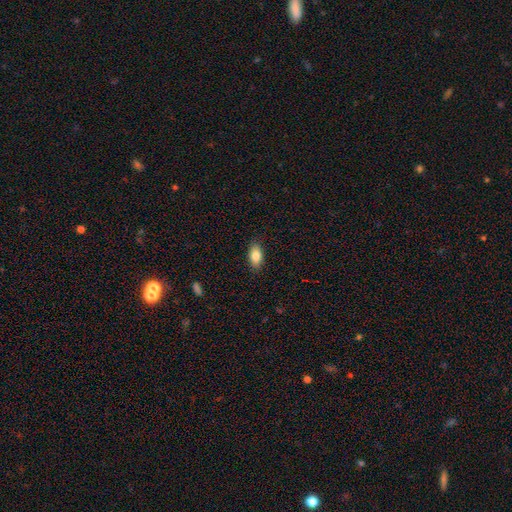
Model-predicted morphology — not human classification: A smooth galaxy with no disk features (84%) that is in between round and cigar-shaped (90%).

Vote fractions:
- Smooth or featured? smooth: 84% / featured or disk: 8% / star or artifact: 7%
- How rounded? in between: 90% / cigar-shaped: 6% / round: 5%
- Merging? none: 87% / minor disturbance: 10% / major disturbance: 2% / merger: 1%